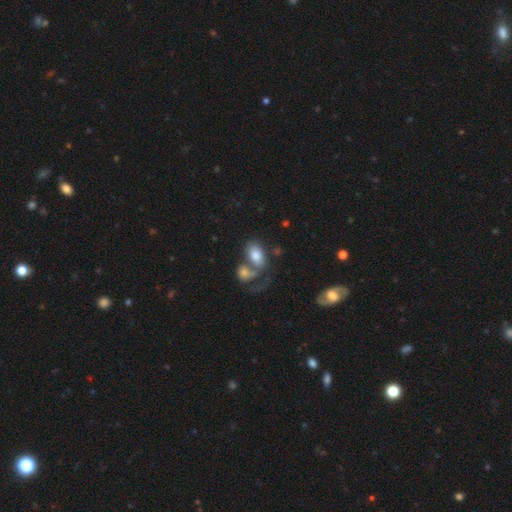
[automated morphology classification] Smooth or featured? smooth (74%)
How rounded? in between (88%)
Merging? merger (55%)